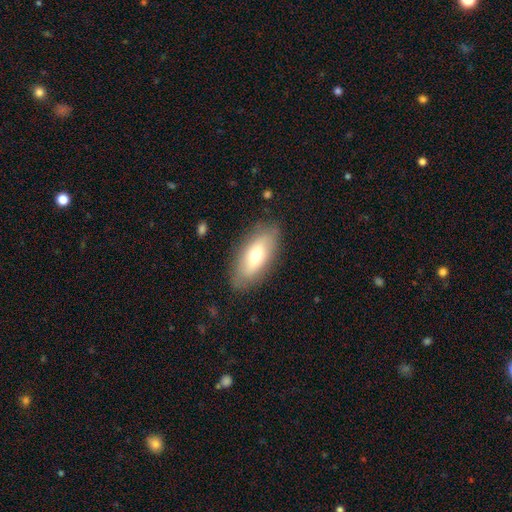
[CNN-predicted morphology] The model was most divided on "smooth or featured": smooth: 62%, featured or disk: 31%, star or artifact: 7%. More confident: merging — none (83%); how rounded — in between (82%).